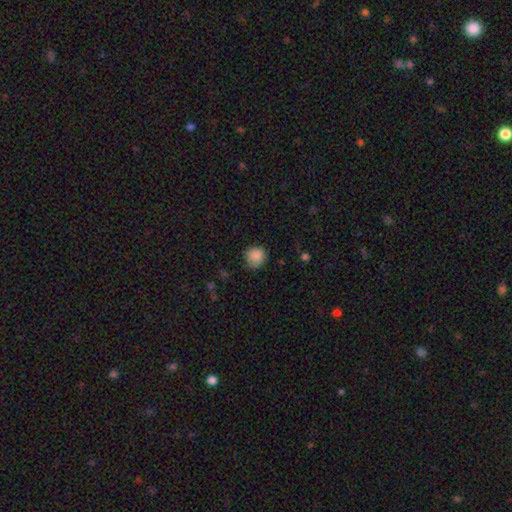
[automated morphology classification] smooth_or_featured: smooth (p=0.87) [alt: star or artifact p=0.09]
how_rounded: round (p=0.90) [alt: in between p=0.09]
merging: none (p=0.77) [alt: minor disturbance p=0.18]